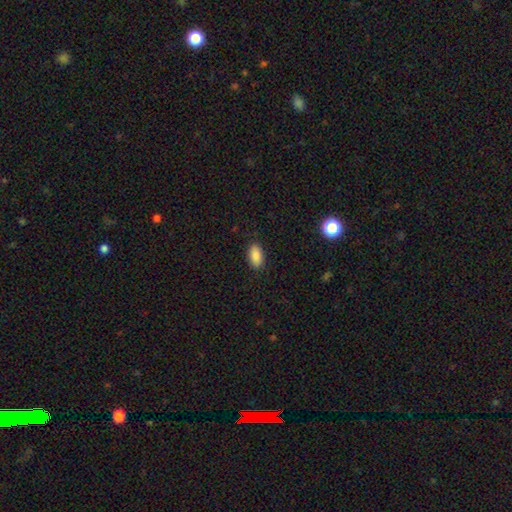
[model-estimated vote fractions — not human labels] Morphology: type=smooth (89%); roundness=in between (93%); merging=none (89%).